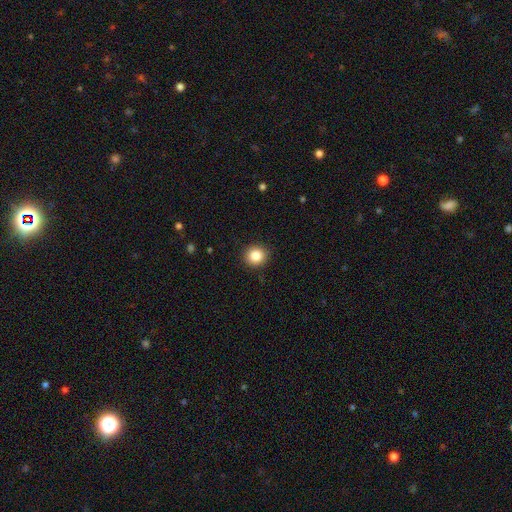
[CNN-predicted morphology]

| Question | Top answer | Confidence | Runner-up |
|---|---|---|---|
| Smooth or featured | smooth | 86% | star or artifact (10%) |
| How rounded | round | 90% | in between (9%) |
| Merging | none | 92% | minor disturbance (6%) |